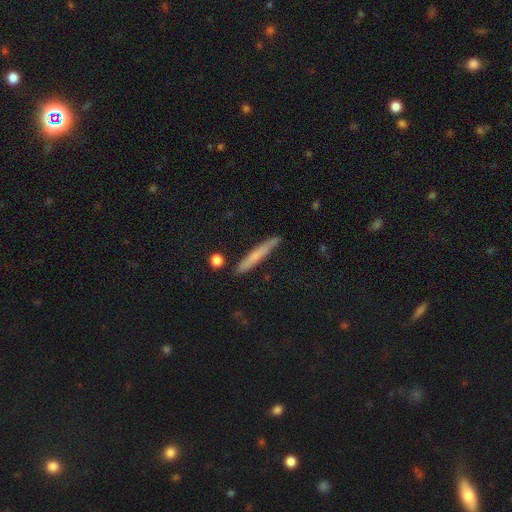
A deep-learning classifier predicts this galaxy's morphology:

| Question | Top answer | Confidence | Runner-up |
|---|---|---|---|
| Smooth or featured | smooth | 60% | featured or disk (32%) |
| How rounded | cigar-shaped | 95% | in between (3%) |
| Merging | none | 87% | minor disturbance (9%) |